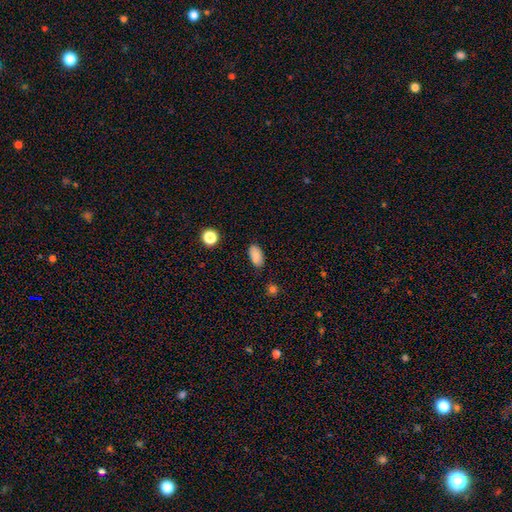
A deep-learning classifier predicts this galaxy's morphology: This appears to be a smooth galaxy with no disk features (86%) that is in between round and cigar-shaped (92%). Merging: none (82%).